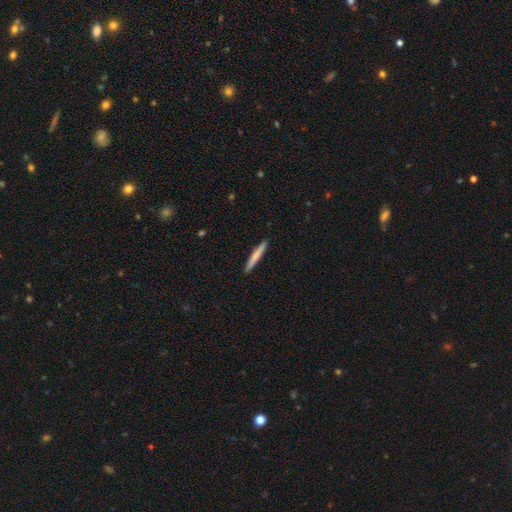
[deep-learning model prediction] Smooth or featured? smooth (71%)
How rounded? cigar-shaped (96%)
Merging? none (92%)